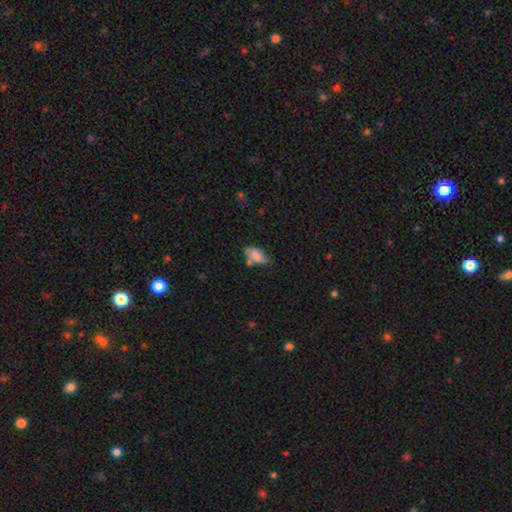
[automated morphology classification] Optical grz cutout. It shows a smooth galaxy with no disk features (79%) that is in between round and cigar-shaped (90%). Merging: none (45%).